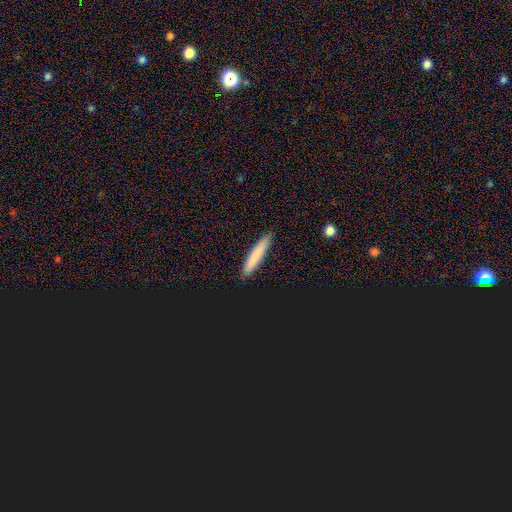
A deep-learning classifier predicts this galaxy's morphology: Smooth or featured: smooth — 80% (featured or disk — 12%)
How rounded: cigar-shaped — 91% (in between — 8%)
Merging: none — 91% (minor disturbance — 7%)